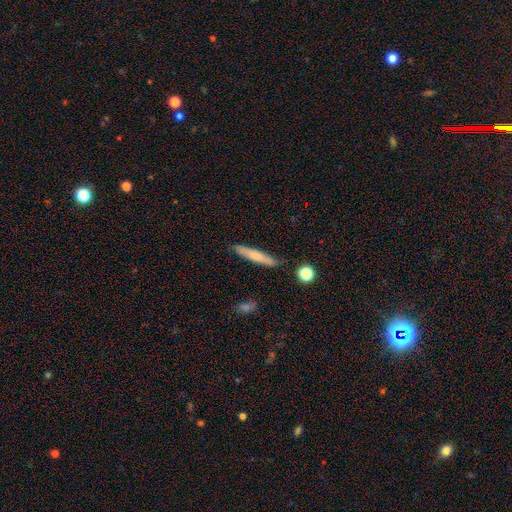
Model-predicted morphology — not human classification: This is likely a smooth galaxy (64%). How rounded: clearly cigar-shaped (91%). Merging: clearly none (83%).